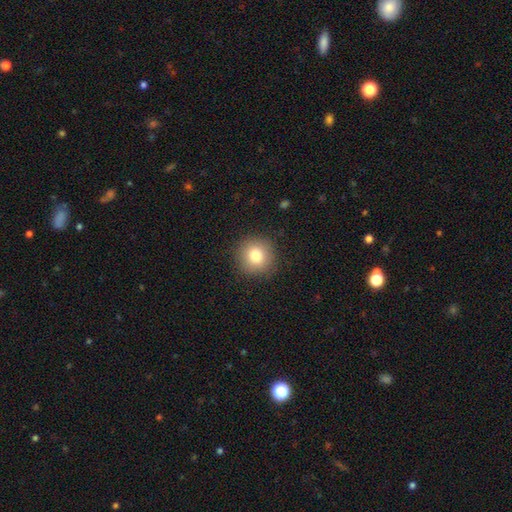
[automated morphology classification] A smooth galaxy with no disk features (81%) that is round (92%).

Vote fractions:
- Smooth or featured? smooth: 81% / star or artifact: 10% / featured or disk: 9%
- How rounded? round: 92% / in between: 7% / cigar-shaped: 1%
- Merging? none: 89% / minor disturbance: 8% / major disturbance: 2% / merger: 1%